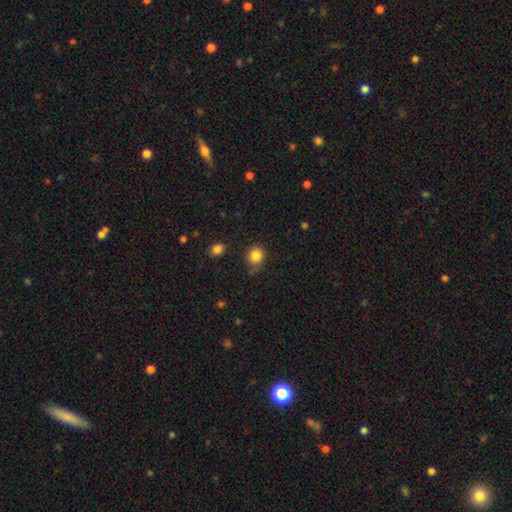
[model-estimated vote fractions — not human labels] The model was most divided on "merging": none: 65%, minor disturbance: 25%, major disturbance: 6%, merger: 3%. More confident: smooth or featured — smooth (84%); how rounded — round (77%).